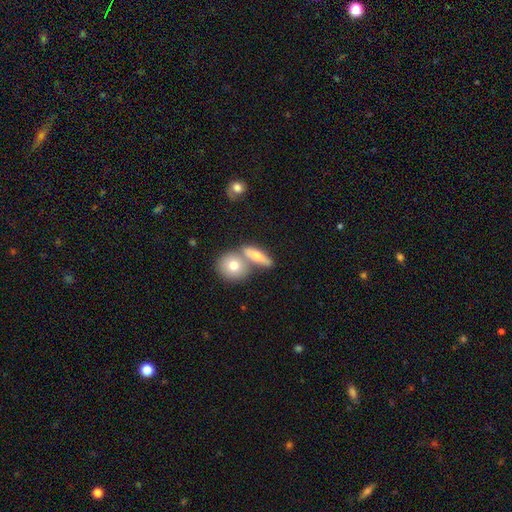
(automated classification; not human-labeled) Smooth or featured: smooth — 64% (featured or disk — 28%)
How rounded: in between — 42% (cigar-shaped — 36%)
Merging: none — 51% (merger — 35%)